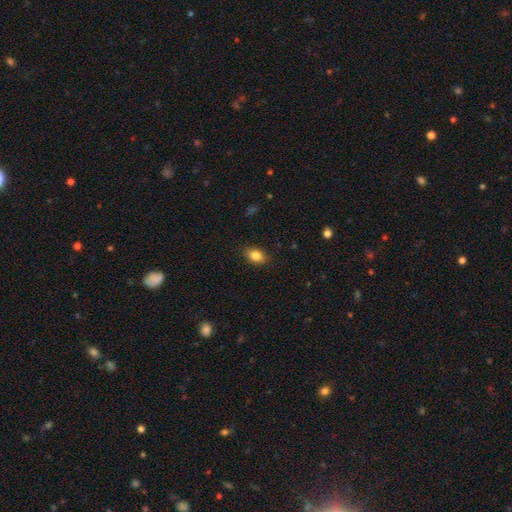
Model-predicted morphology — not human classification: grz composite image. It shows a smooth galaxy with no disk features (85%) that is in between round and cigar-shaped (79%). Merging: none (86%).